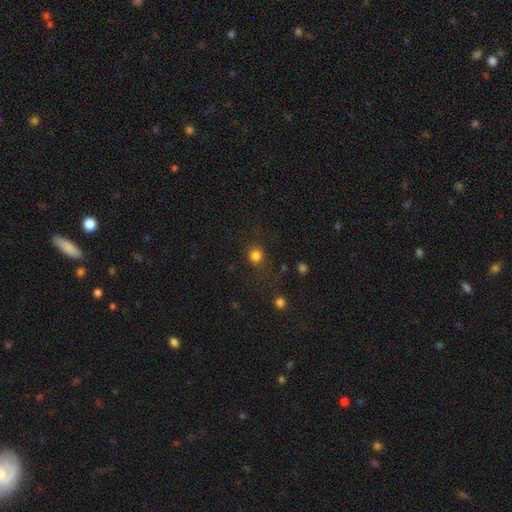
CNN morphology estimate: This appears to be a smooth galaxy with no disk features (82%) that is round (87%). Merging: none (79%).